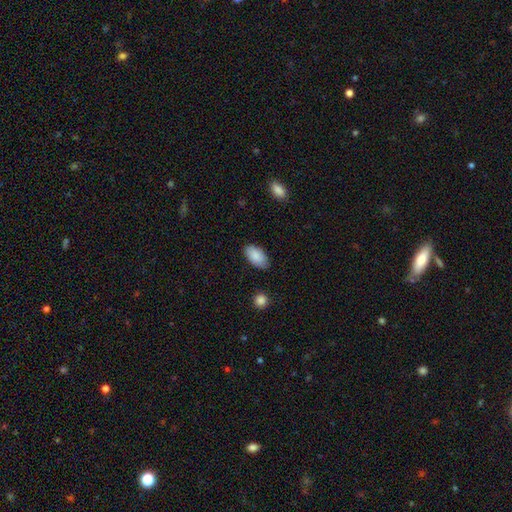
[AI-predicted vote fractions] This is clearly a smooth galaxy (88%). How rounded: clearly in between (95%). Merging: clearly none (84%).